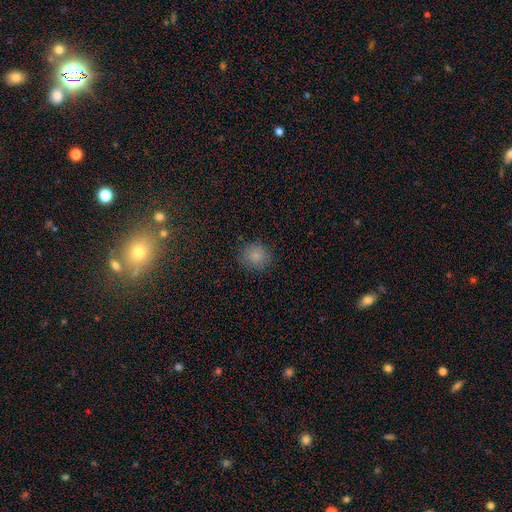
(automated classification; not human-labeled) Q: Smooth or featured?
A: smooth (82%); runner-up: star or artifact (13%)
Q: How rounded?
A: round (81%); runner-up: in between (18%)
Q: Merging?
A: none (85%); runner-up: minor disturbance (11%)